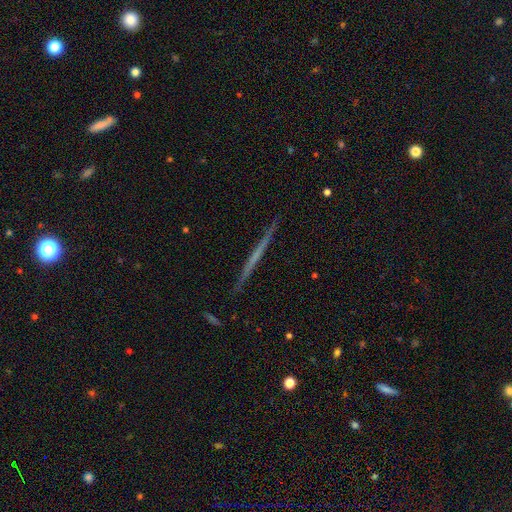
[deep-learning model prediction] featured or disk 63%, smooth 31%, star or artifact 6%. Down the decision tree: edge-on disk — yes (98%); edge-on bulge — none (89%); merging — none (91%).